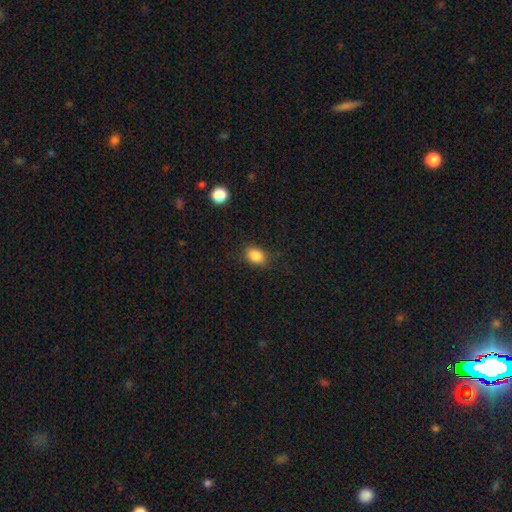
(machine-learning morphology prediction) smooth 85%, star or artifact 10%, featured or disk 5%. Down the decision tree: how rounded — in between (65%); merging — none (82%).